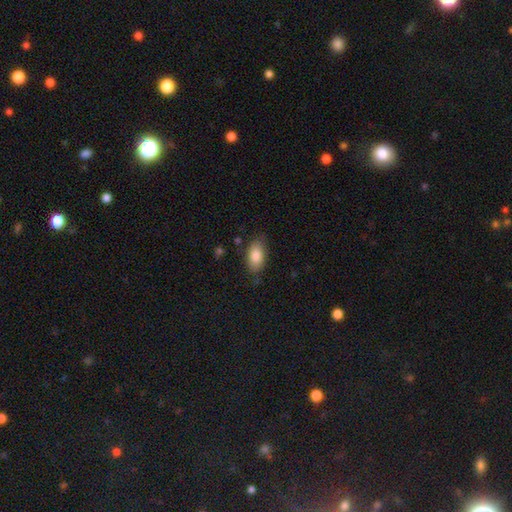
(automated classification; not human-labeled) Smooth or featured? Predicted: smooth (p=0.84). How rounded? Predicted: in between (p=0.93). Merging? Predicted: none (p=0.79).